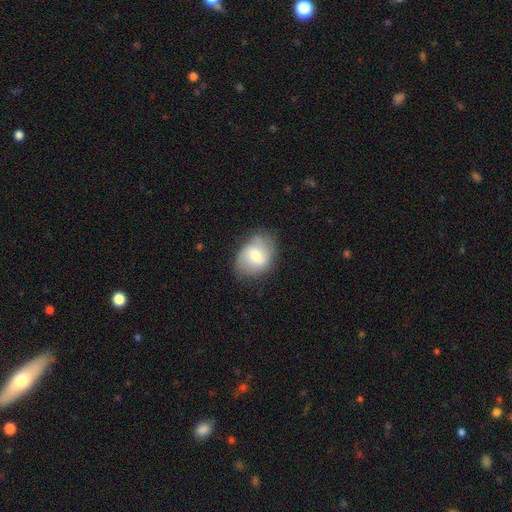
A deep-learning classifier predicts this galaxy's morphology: type=smooth (60%); roundness=in between (64%); merging=none (67%).